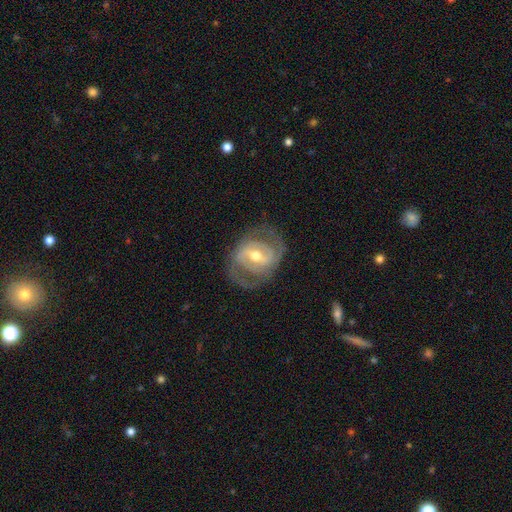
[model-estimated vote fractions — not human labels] Smooth or featured? Predicted: featured or disk (p=0.85). Edge-on disk? Predicted: no (p=0.96). Bar? Predicted: weak (p=0.43). Spiral arms? Predicted: yes (p=0.89). Spiral winding? Predicted: medium (p=0.43, tied with tight). Spiral arm count? Predicted: 2 (p=0.79). Bulge size? Predicted: moderate (p=0.69). Merging? Predicted: none (p=0.73).